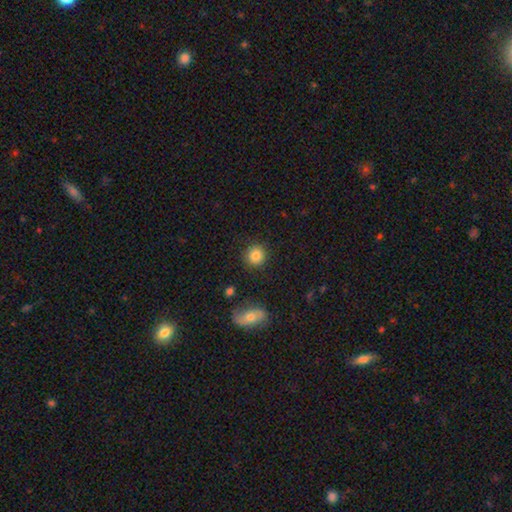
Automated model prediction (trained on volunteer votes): This appears to be a smooth galaxy with no disk features (85%) that is round (91%). Merging: none (88%).